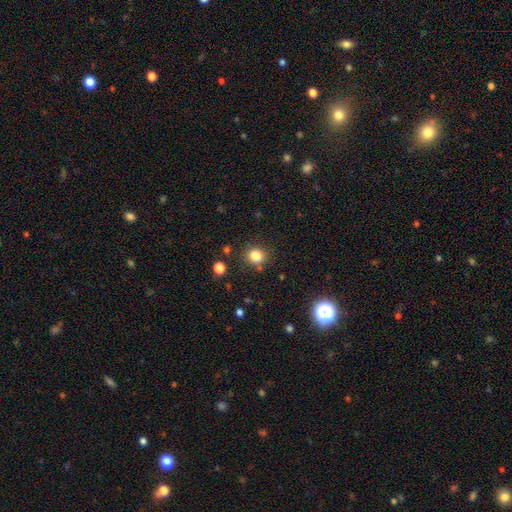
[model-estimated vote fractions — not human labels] smooth-or-featured: smooth: 83% | star or artifact: 12% | featured or disk: 5%
  how-rounded: round: 74% | in between: 26% | cigar-shaped: 1%
  merging: none: 79% | minor disturbance: 12% | merger: 5% | major disturbance: 4%